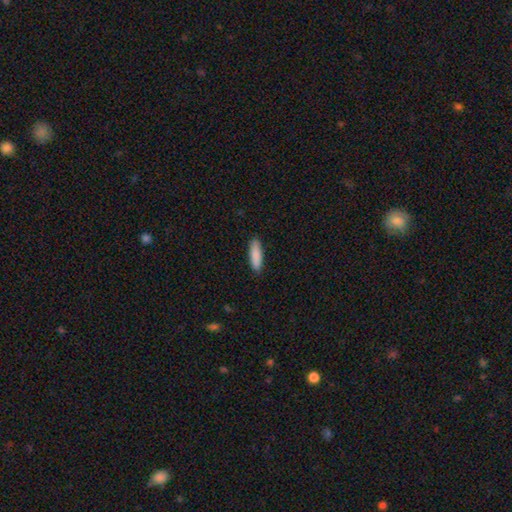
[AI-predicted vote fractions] Smooth or featured: smooth — 88% (featured or disk — 6%)
How rounded: cigar-shaped — 62% (in between — 36%)
Merging: none — 88% (minor disturbance — 9%)